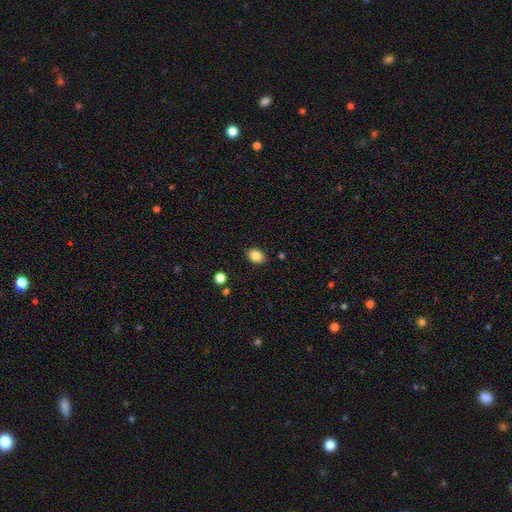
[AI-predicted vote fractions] Overall: smooth (85%). How rounded: in between (74%). Merging: none (87%).